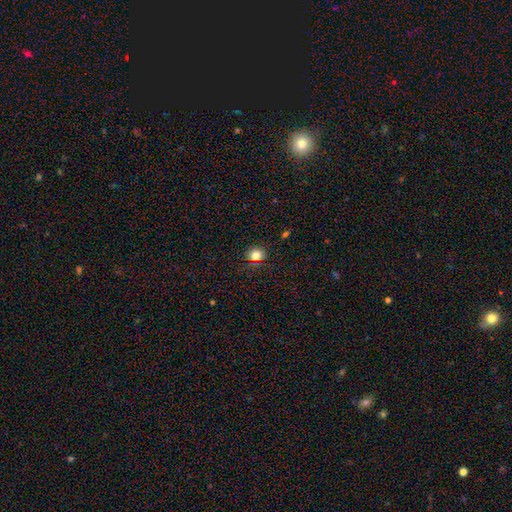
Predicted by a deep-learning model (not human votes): A smooth galaxy with no disk features (77%) that is round (82%). Merging: none (88%).